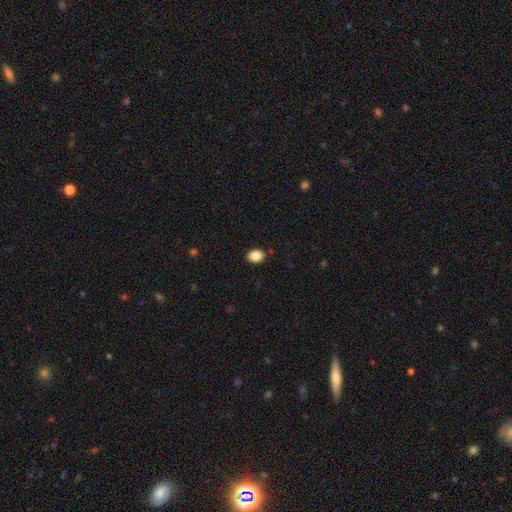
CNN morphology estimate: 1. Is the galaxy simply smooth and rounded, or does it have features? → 86% smooth, 9% star or artifact, 5% featured or disk.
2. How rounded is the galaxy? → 66% in between, 33% round, 1% cigar-shaped.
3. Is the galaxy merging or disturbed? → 89% none, 8% minor disturbance, 2% major disturbance, 1% merger.